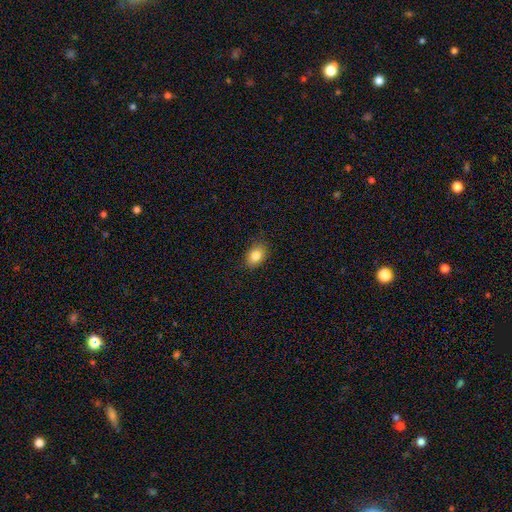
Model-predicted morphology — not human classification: A smooth galaxy with no disk features (84%) that is in between round and cigar-shaped (72%).

Vote fractions:
- Smooth or featured? smooth: 84% / star or artifact: 9% / featured or disk: 7%
- How rounded? in between: 72% / round: 27% / cigar-shaped: 1%
- Merging? none: 84% / minor disturbance: 12% / major disturbance: 3% / merger: 1%